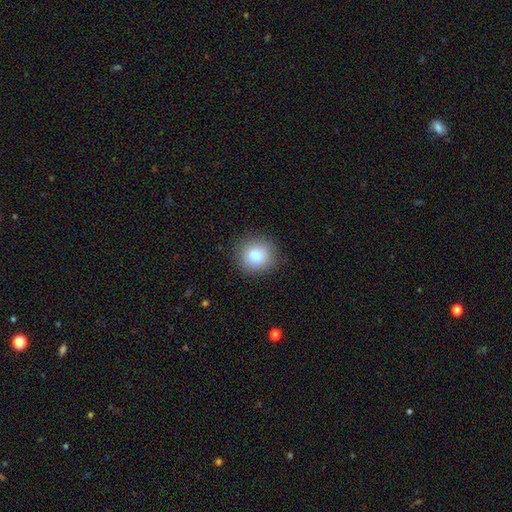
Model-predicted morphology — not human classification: smooth 84%, star or artifact 9%, featured or disk 7%. Down the decision tree: how rounded — round (89%); merging — none (88%).